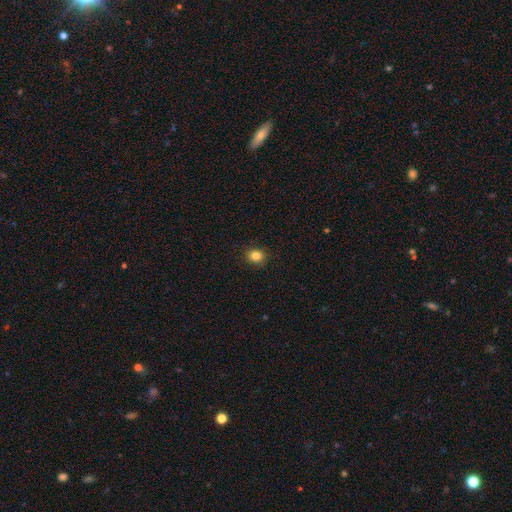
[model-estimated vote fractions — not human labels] This appears to be a smooth galaxy with no disk features (84%) that is round (72%). Merging: none (90%).